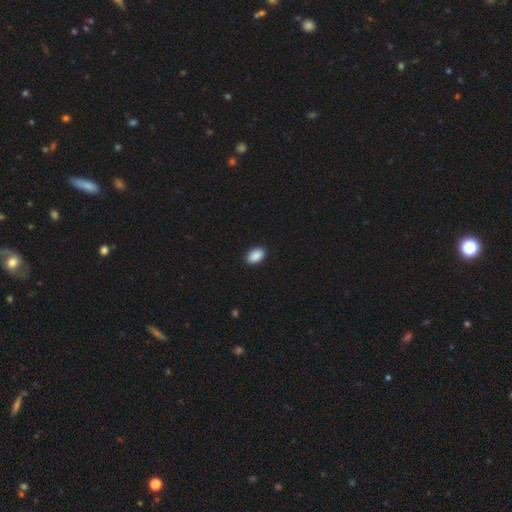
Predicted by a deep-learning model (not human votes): smooth 90%, star or artifact 7%, featured or disk 3%. Down the decision tree: how rounded — in between (90%); merging — none (91%).